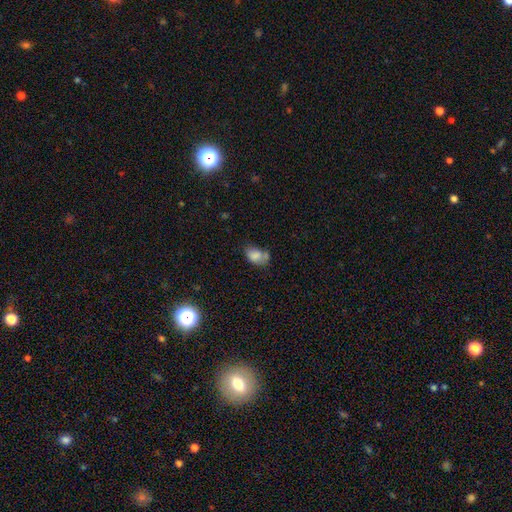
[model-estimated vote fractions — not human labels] Smooth or featured?
  - smooth: 79% *
  - star or artifact: 11%
  - featured or disk: 10%
How rounded?
  - in between: 84% *
  - round: 15%
  - cigar-shaped: 1%
Merging?
  - none: 39% *
  - minor disturbance: 28%
  - merger: 21%
  - major disturbance: 12%